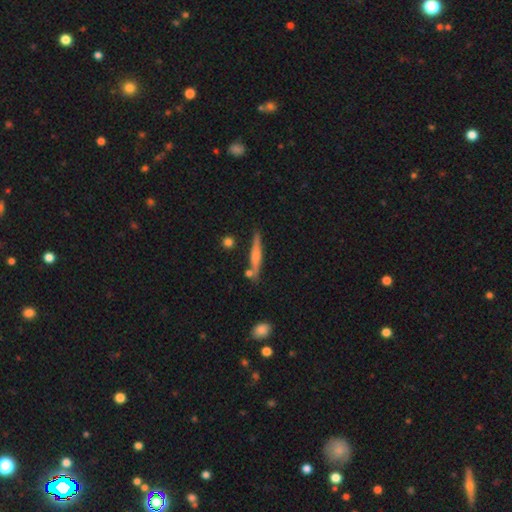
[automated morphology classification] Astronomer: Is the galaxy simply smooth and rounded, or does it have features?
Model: smooth — 49% (runner-up: featured or disk, 45%).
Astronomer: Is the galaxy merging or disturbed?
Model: none — 77%.